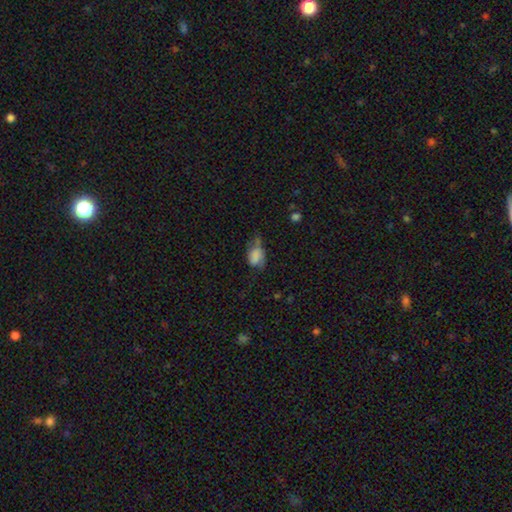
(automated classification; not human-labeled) Smooth or featured: smooth — 71% (featured or disk — 19%)
How rounded: in between — 80% (round — 19%)
Merging: minor disturbance — 36% (major disturbance — 30%)